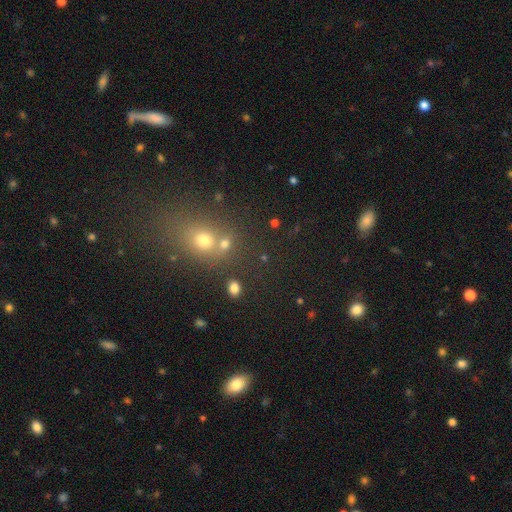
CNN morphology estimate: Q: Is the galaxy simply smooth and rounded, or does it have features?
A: smooth — 46%.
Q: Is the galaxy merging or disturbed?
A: none — 66%.